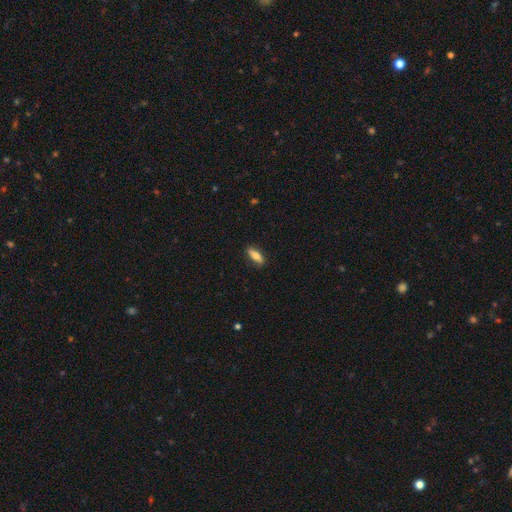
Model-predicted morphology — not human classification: A smooth galaxy with no disk features (75%) that is in between round and cigar-shaped (64%).

Vote fractions:
- Smooth or featured? smooth: 75% / featured or disk: 19% / star or artifact: 7%
- How rounded? in between: 64% / cigar-shaped: 34% / round: 3%
- Merging? none: 83% / minor disturbance: 14% / major disturbance: 2% / merger: 1%